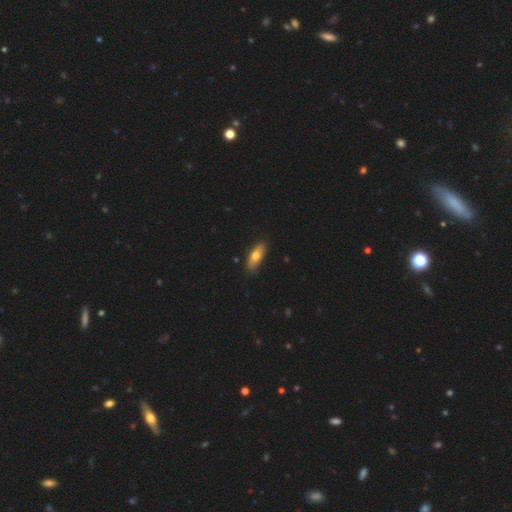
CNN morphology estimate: A smooth galaxy with no disk features (73%) that is in between round and cigar-shaped (74%).

Vote fractions:
- Smooth or featured? smooth: 73% / featured or disk: 20% / star or artifact: 7%
- How rounded? in between: 74% / cigar-shaped: 23% / round: 3%
- Merging? none: 83% / minor disturbance: 14% / major disturbance: 2% / merger: 1%